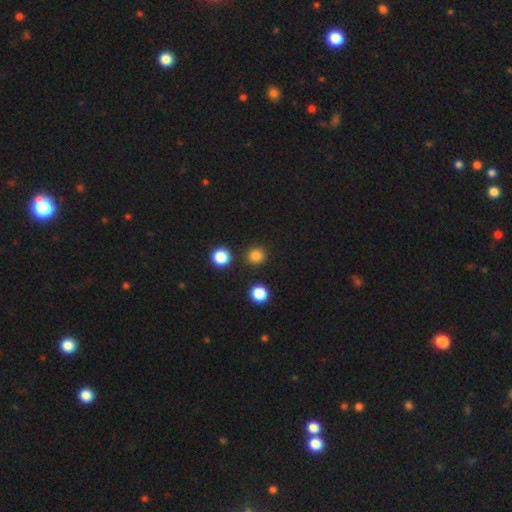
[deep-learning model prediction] The model was most divided on "smooth or featured": smooth: 82%, star or artifact: 15%, featured or disk: 4%. More confident: how rounded — round (91%); merging — none (88%).